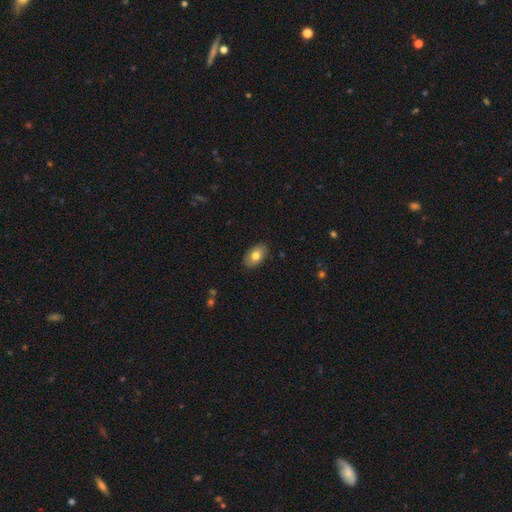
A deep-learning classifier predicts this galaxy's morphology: Smooth or featured?
  - smooth: 76% *
  - featured or disk: 17%
  - star or artifact: 7%
How rounded?
  - in between: 91% *
  - round: 7%
  - cigar-shaped: 1%
Merging?
  - none: 86% *
  - minor disturbance: 11%
  - major disturbance: 2%
  - merger: 1%